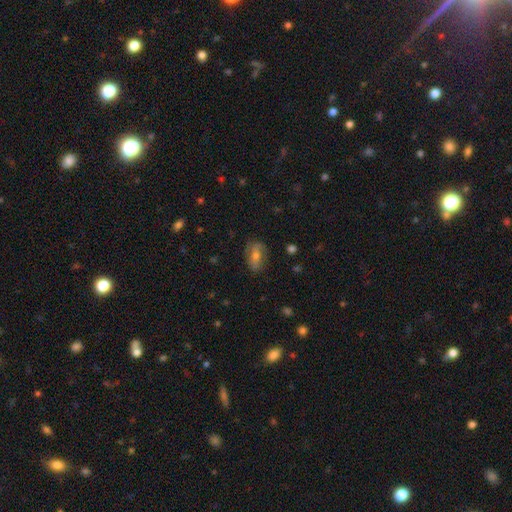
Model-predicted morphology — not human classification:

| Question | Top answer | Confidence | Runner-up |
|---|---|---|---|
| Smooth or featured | smooth | 45% | featured or disk (44%) |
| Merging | none | 72% | minor disturbance (20%) |